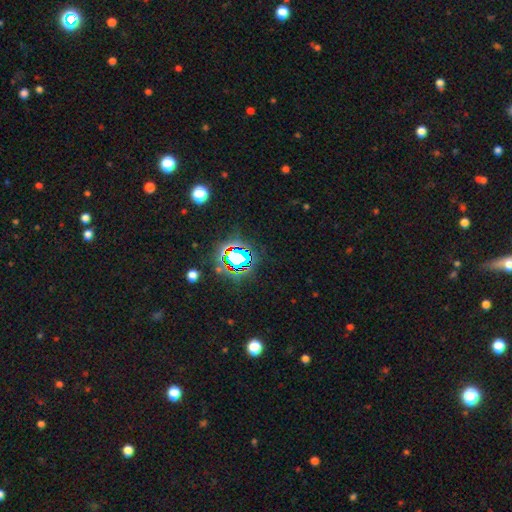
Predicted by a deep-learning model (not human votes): Smooth or featured? Predicted: star or artifact (p=0.81).